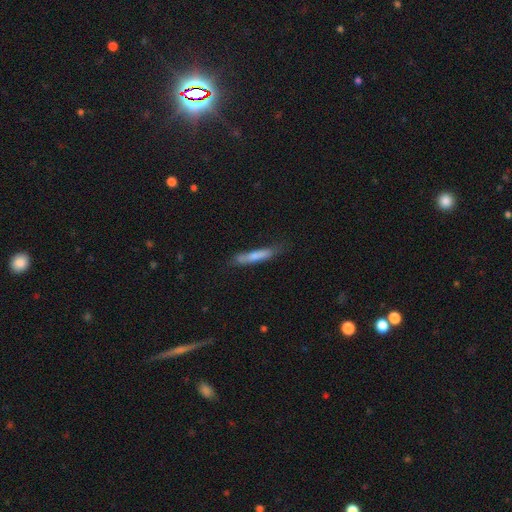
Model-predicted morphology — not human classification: The model was most divided on "merging": none: 66%, minor disturbance: 25%, major disturbance: 6%, merger: 3%. More confident: how rounded — cigar-shaped (88%); smooth or featured — smooth (70%).